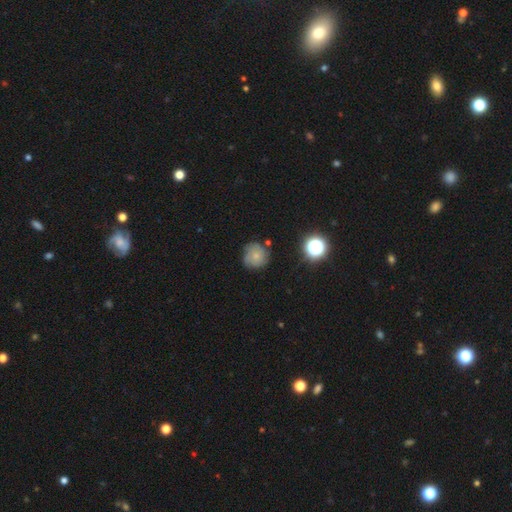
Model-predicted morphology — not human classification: This is possibly a smooth galaxy (58%). How rounded: clearly round (90%). Merging: likely none (68%).